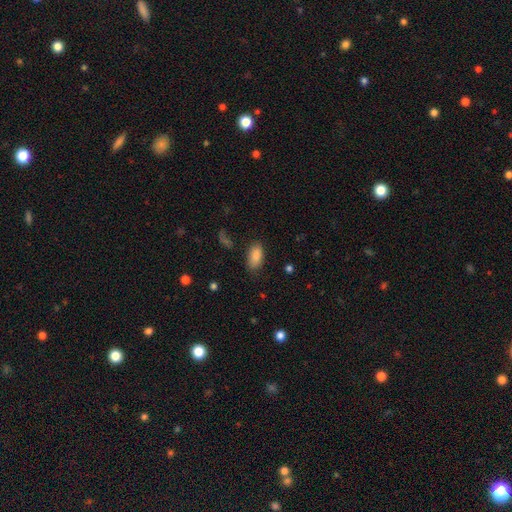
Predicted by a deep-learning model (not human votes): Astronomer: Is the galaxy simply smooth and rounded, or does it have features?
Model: smooth — 87%.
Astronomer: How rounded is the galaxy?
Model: in between — 92%.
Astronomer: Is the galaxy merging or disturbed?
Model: none — 82%.